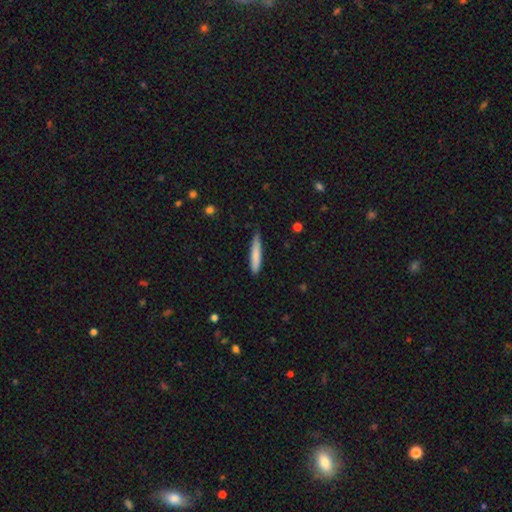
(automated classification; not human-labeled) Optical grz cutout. It shows a smooth galaxy with no disk features (78%) that is cigar-shaped (92%). Merging: none (77%).